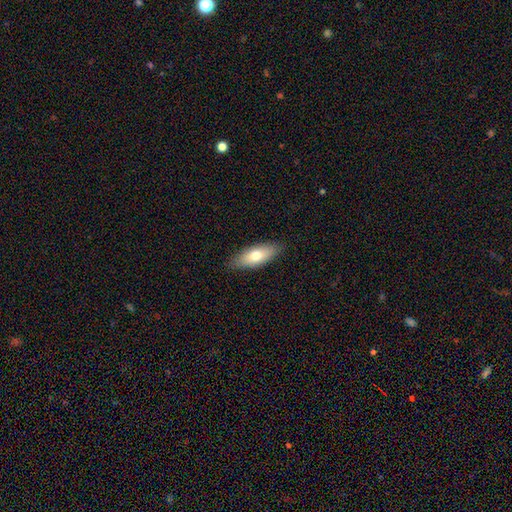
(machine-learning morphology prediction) Smooth or featured? smooth (71%)
How rounded? in between (74%)
Merging? none (86%)